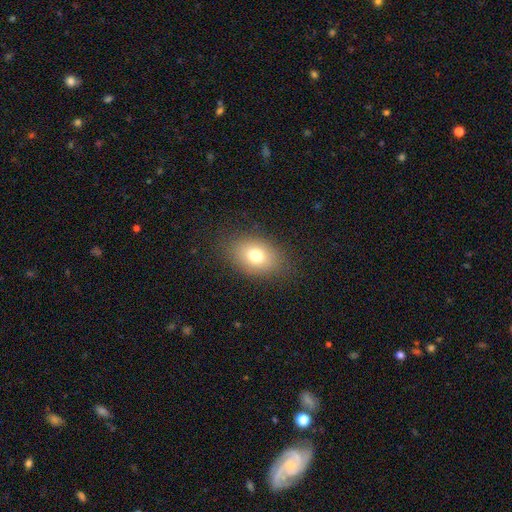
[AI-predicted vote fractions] Smooth or featured? Predicted: smooth (p=0.74). How rounded? Predicted: in between (p=0.74). Merging? Predicted: none (p=0.84).